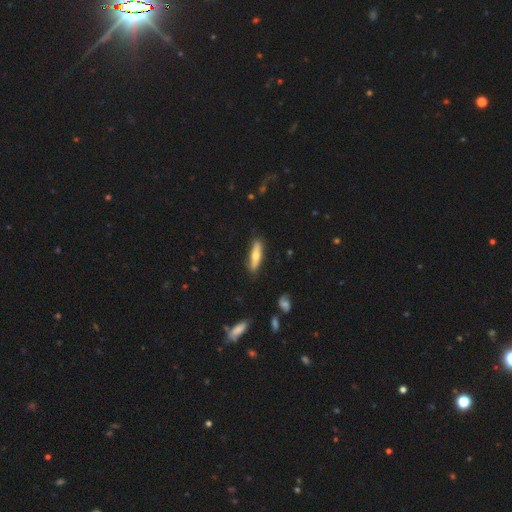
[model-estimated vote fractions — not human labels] A smooth galaxy with no disk features (54%) that is cigar-shaped (73%).

Vote fractions:
- Smooth or featured? smooth: 54% / featured or disk: 40% / star or artifact: 6%
- How rounded? cigar-shaped: 73% / in between: 24% / round: 2%
- Merging? none: 82% / minor disturbance: 14% / major disturbance: 3% / merger: 2%